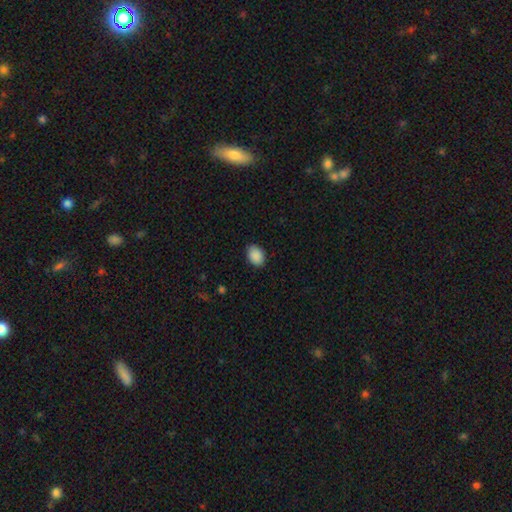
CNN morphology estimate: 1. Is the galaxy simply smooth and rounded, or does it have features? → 90% smooth, 8% star or artifact, 3% featured or disk.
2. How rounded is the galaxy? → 72% in between, 27% round, 1% cigar-shaped.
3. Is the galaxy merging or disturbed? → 85% none, 12% minor disturbance, 2% major disturbance, 1% merger.